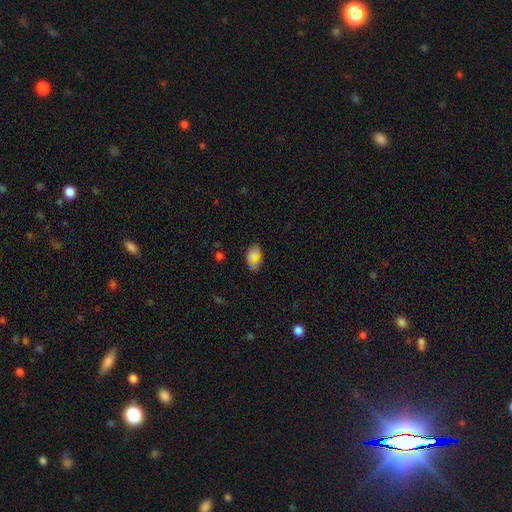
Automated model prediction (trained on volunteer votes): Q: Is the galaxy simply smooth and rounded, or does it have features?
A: smooth — 68%.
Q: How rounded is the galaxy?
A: in between — 86%.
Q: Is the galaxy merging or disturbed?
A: none — 79%.